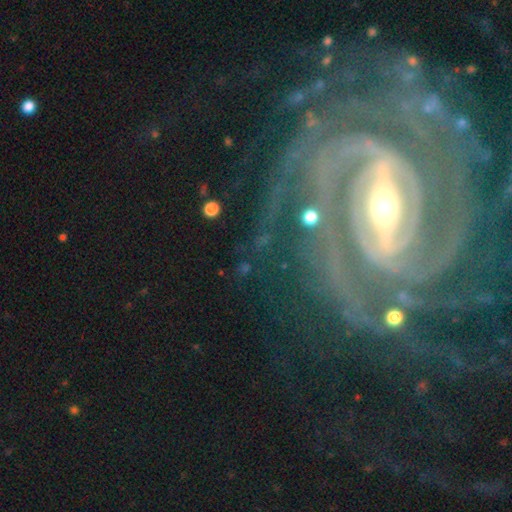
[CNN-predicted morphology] Smooth or featured: featured or disk — 91% (star or artifact — 6%)
Edge-on disk: no — 97% (yes — 3%)
Bar: strong — 71% (weak — 21%)
Spiral arms: yes — 98% (no — 2%)
Spiral winding: tight — 70% (medium — 25%)
Spiral arm count: 2 — 26% (3 — 19%)
Bulge size: moderate — 48% (small — 44%)
Merging: none — 70% (minor disturbance — 15%)